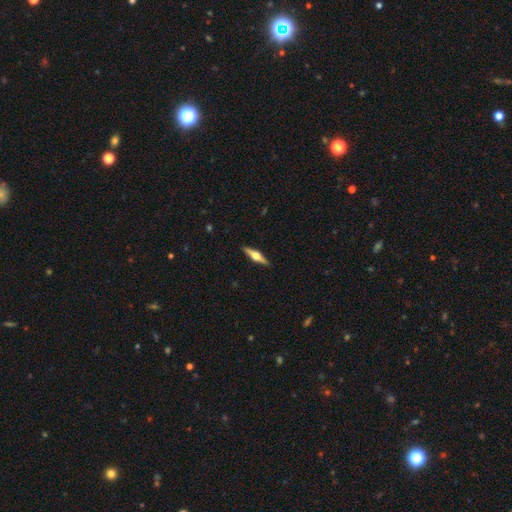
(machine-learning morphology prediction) Smooth or featured: featured or disk — 71% (smooth — 24%)
Edge-on disk: yes — 97% (no — 3%)
Edge-on bulge: rounded — 95% (boxy — 3%)
Merging: none — 91% (minor disturbance — 7%)